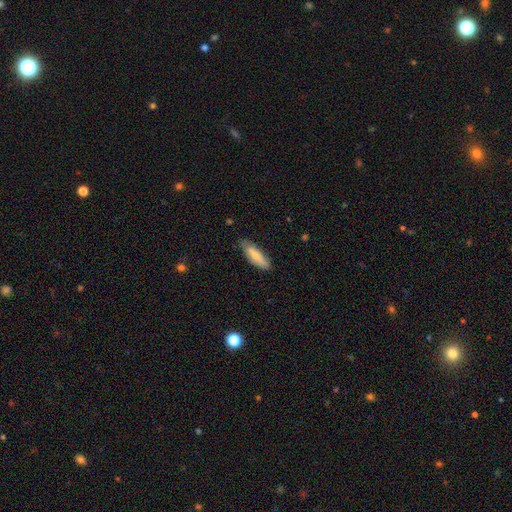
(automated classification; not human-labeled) Smooth or featured? Predicted: smooth (p=0.79). How rounded? Predicted: cigar-shaped (p=0.52). Merging? Predicted: none (p=0.77).